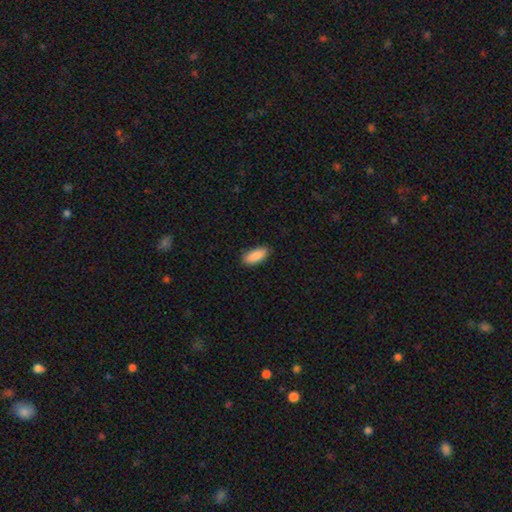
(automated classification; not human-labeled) smooth_or_featured: smooth (p=0.90) [alt: star or artifact p=0.06]
how_rounded: in between (p=0.85) [alt: cigar-shaped p=0.13]
merging: none (p=0.87) [alt: minor disturbance p=0.10]